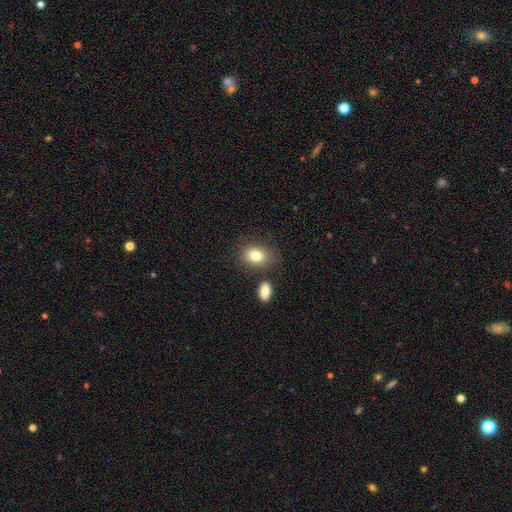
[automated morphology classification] Q: Smooth or featured?
A: smooth (82%); runner-up: star or artifact (9%)
Q: How rounded?
A: in between (70%); runner-up: round (29%)
Q: Merging?
A: none (71%); runner-up: minor disturbance (15%)